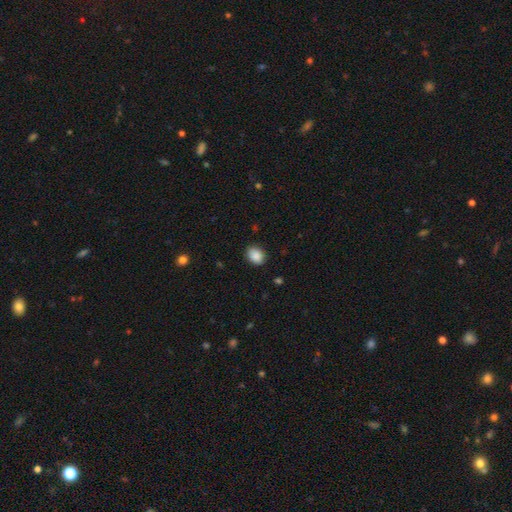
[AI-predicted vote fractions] smooth_or_featured: smooth (p=0.89) [alt: star or artifact p=0.08]
how_rounded: in between (p=0.53) [alt: round p=0.46]
merging: none (p=0.86) [alt: minor disturbance p=0.11]